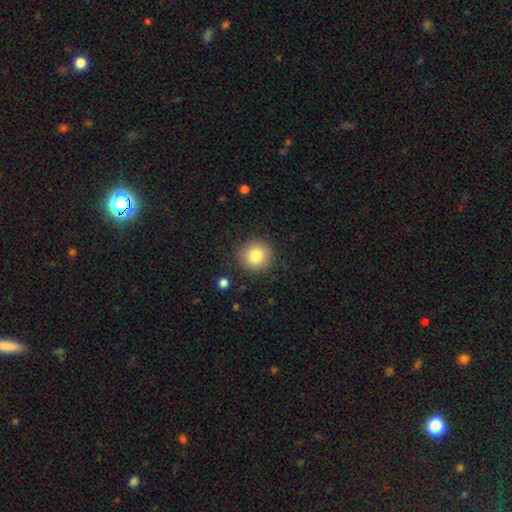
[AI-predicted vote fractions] Morphology: type=smooth (82%); roundness=round (94%); merging=none (90%).